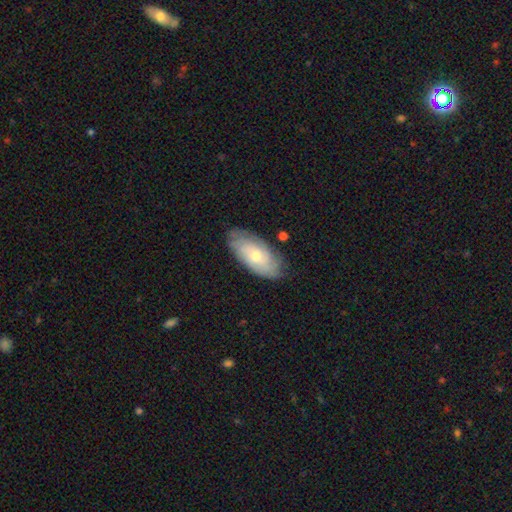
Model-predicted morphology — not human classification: A featured or disk galaxy (54%). Merging: none (78%).